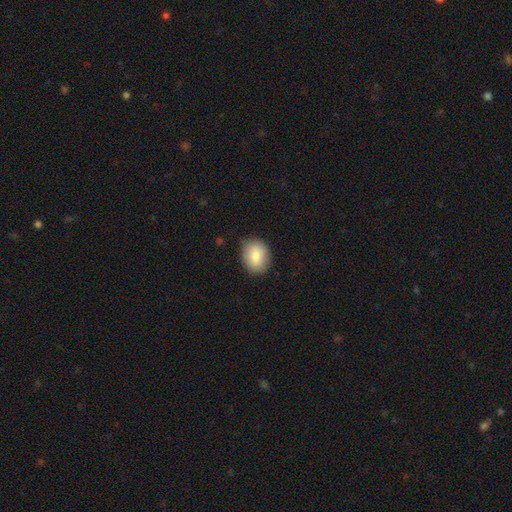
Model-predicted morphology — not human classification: Q: Smooth or featured?
A: smooth (82%); runner-up: featured or disk (11%)
Q: How rounded?
A: in between (67%); runner-up: round (32%)
Q: Merging?
A: none (79%); runner-up: minor disturbance (17%)